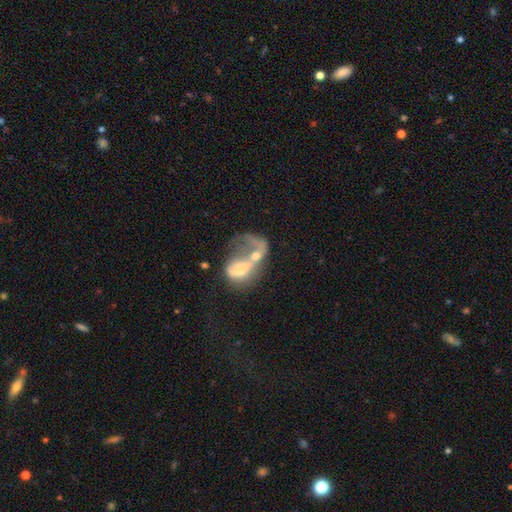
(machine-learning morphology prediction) smooth-or-featured: featured or disk: 50% | smooth: 40% | star or artifact: 10%
  disk-edge-on: no: 95% | yes: 5%
  merging: merger: 66% | major disturbance: 23% | none: 7% | minor disturbance: 5%